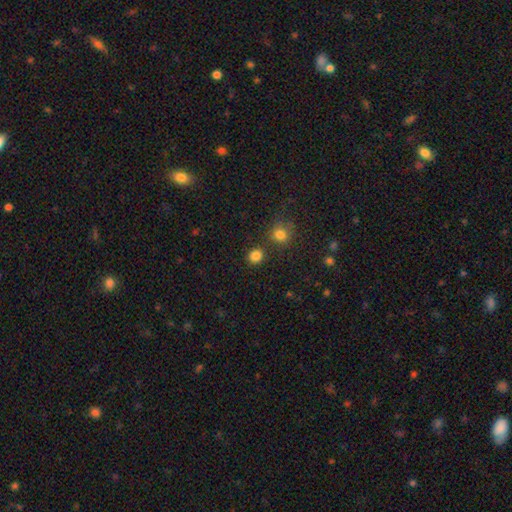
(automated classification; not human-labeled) Smooth or featured: smooth — 83% (star or artifact — 13%)
How rounded: round — 82% (in between — 17%)
Merging: none — 82% (merger — 8%)